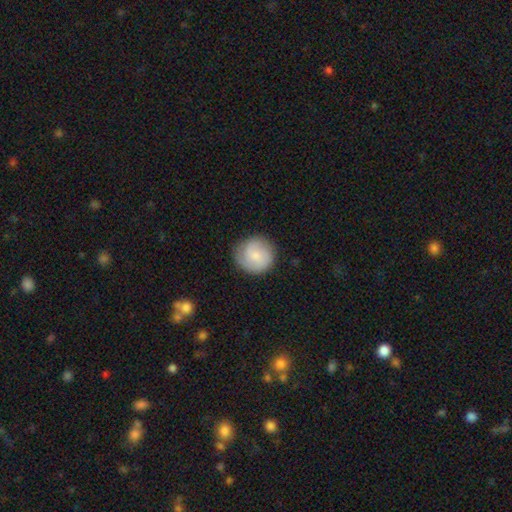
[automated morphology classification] A smooth galaxy with no disk features (68%) that is round (93%). Merging: none (80%).